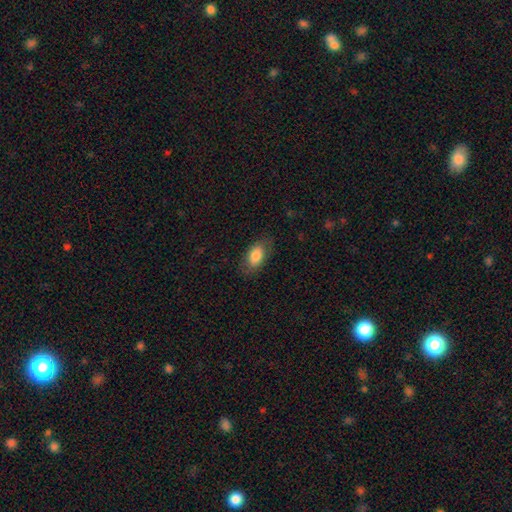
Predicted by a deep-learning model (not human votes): smooth-or-featured: smooth: 80% | featured or disk: 13% | star or artifact: 7%
  how-rounded: in between: 91% | round: 5% | cigar-shaped: 4%
  merging: none: 76% | minor disturbance: 17% | major disturbance: 6% | merger: 1%